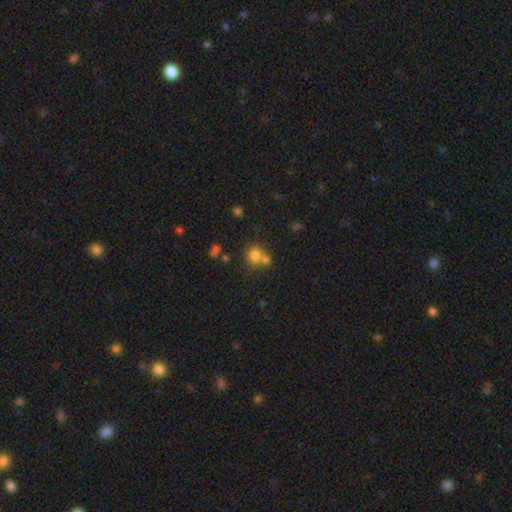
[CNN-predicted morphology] Smooth or featured? smooth (77%)
How rounded? round (86%)
Merging? none (51%)